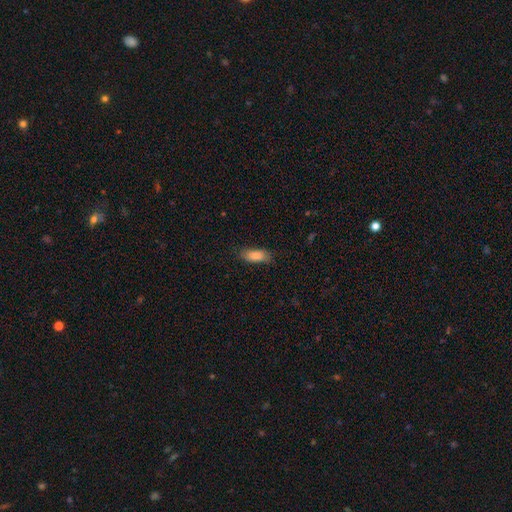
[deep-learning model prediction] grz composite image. It shows a smooth galaxy with no disk features (86%) that is in between round and cigar-shaped (78%). Merging: none (77%).